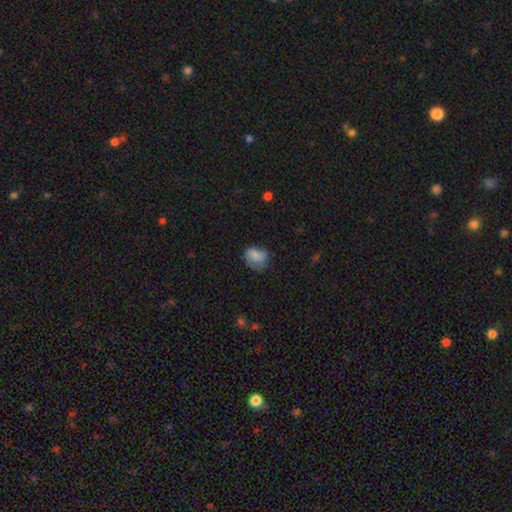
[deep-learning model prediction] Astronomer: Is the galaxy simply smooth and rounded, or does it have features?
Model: smooth — 78%.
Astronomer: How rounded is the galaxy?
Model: in between — 64%.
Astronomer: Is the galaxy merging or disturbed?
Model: none — 49% (runner-up: minor disturbance, 33%).